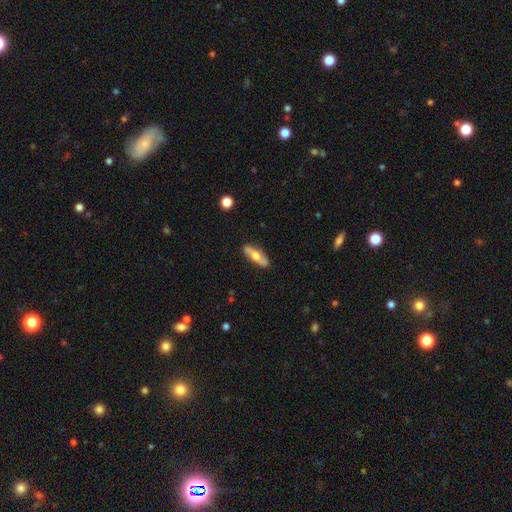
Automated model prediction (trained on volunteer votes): Smooth or featured? Predicted: featured or disk (p=0.48). Merging? Predicted: none (p=0.85).